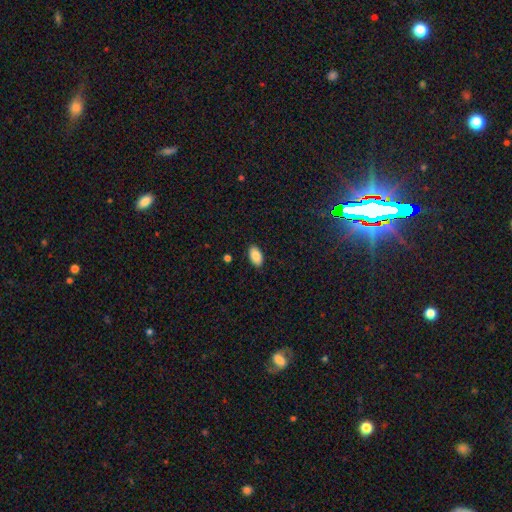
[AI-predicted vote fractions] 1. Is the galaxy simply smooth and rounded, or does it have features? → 87% smooth, 7% star or artifact, 6% featured or disk.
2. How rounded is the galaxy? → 95% in between, 3% round, 2% cigar-shaped.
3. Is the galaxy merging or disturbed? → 88% none, 8% minor disturbance, 2% major disturbance, 1% merger.